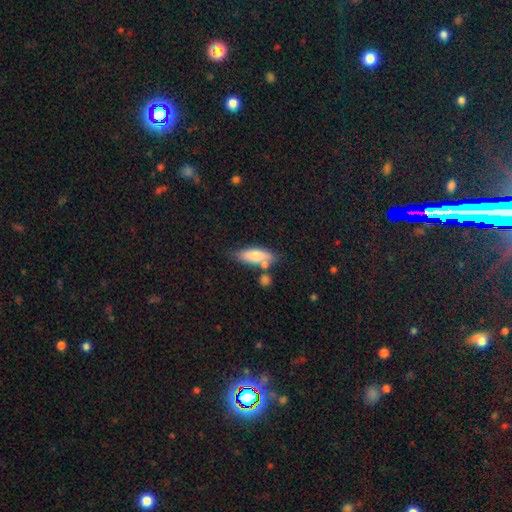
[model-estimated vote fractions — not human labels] smooth-or-featured: smooth: 74% | featured or disk: 20% | star or artifact: 6%
  how-rounded: in between: 62% | cigar-shaped: 35% | round: 3%
  merging: none: 57% | minor disturbance: 19% | merger: 19% | major disturbance: 5%